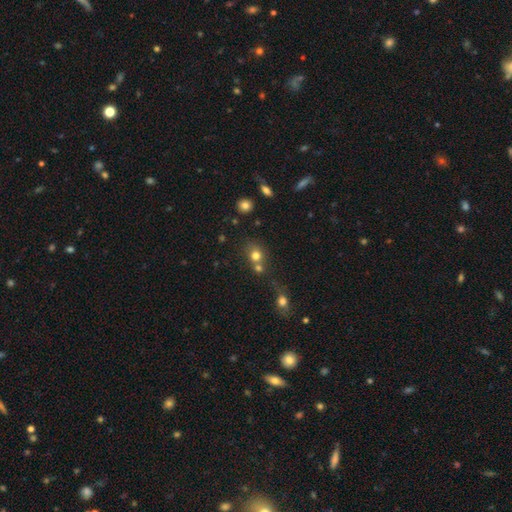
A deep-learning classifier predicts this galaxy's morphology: The model was most divided on "merging": none: 48%, merger: 38%, minor disturbance: 9%, major disturbance: 5%. More confident: how rounded — round (77%); smooth or featured — smooth (75%).